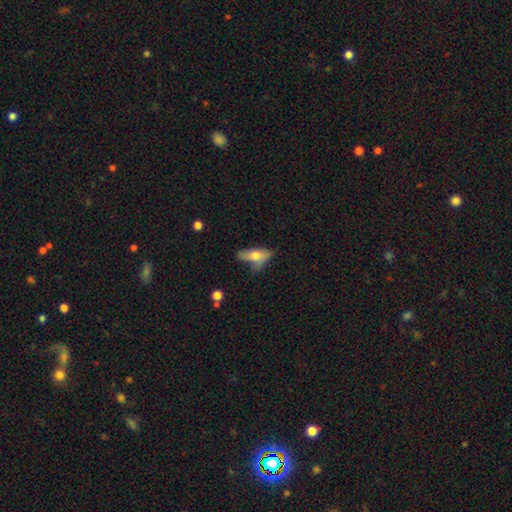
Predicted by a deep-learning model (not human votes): smooth-or-featured: smooth: 63% | featured or disk: 29% | star or artifact: 8%
  how-rounded: in between: 72% | cigar-shaped: 24% | round: 4%
  merging: none: 37% | minor disturbance: 32% | major disturbance: 22% | merger: 8%